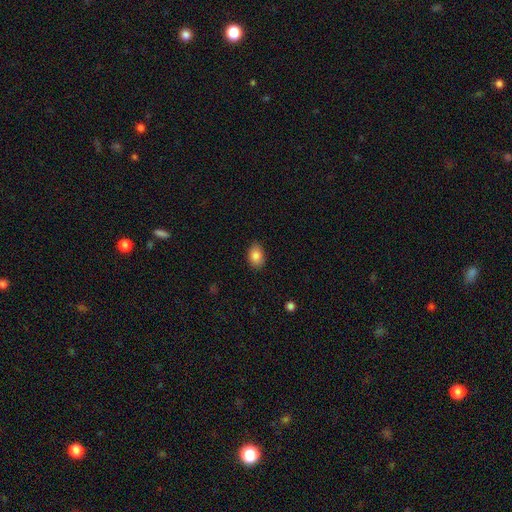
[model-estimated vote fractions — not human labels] Smooth or featured?
  - smooth: 86% *
  - star or artifact: 8%
  - featured or disk: 5%
How rounded?
  - in between: 83% *
  - round: 16%
  - cigar-shaped: 1%
Merging?
  - none: 85% *
  - minor disturbance: 12%
  - major disturbance: 3%
  - merger: 1%